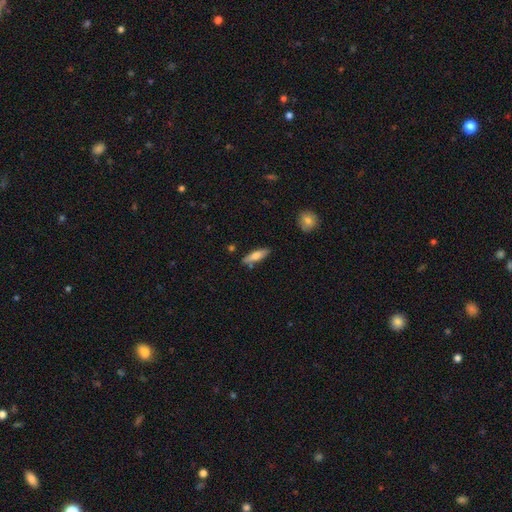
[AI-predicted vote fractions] The model was most divided on "how rounded": cigar-shaped: 59%, in between: 39%, round: 2%. More confident: merging — none (80%); smooth or featured — smooth (67%).